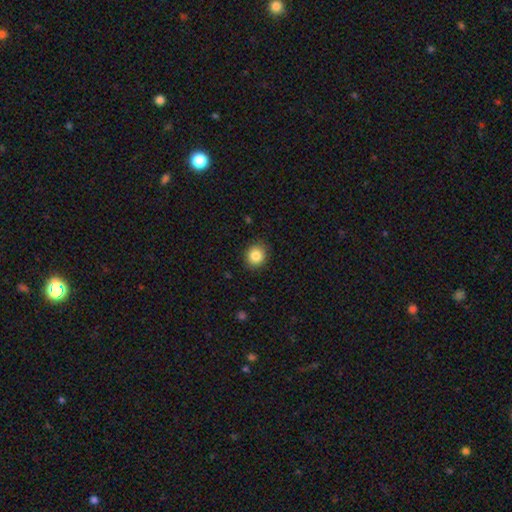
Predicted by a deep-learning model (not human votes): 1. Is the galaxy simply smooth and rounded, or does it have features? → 85% smooth, 10% star or artifact, 5% featured or disk.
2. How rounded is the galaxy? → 84% round, 15% in between, 1% cigar-shaped.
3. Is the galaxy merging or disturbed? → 89% none, 8% minor disturbance, 2% major disturbance, 1% merger.